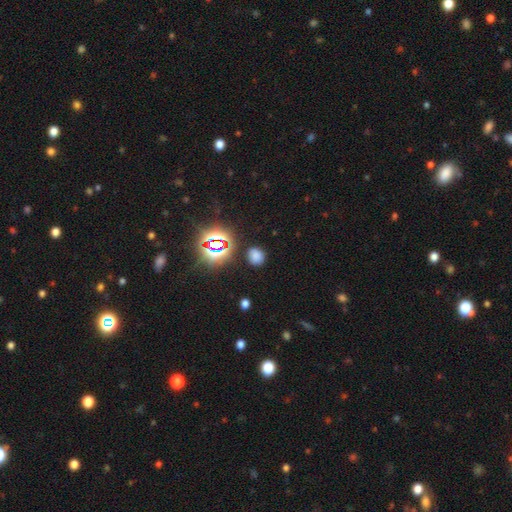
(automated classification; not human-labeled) smooth_or_featured: smooth (p=0.67) [alt: star or artifact p=0.27]
how_rounded: round (p=0.73) [alt: in between p=0.25]
merging: none (p=0.85) [alt: minor disturbance p=0.10]